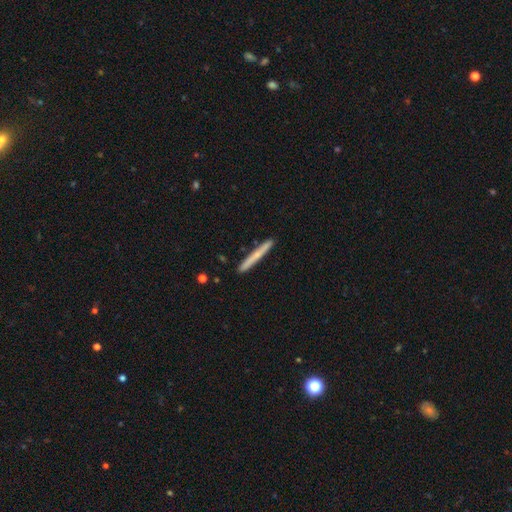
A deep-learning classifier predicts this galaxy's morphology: Smooth or featured: smooth — 60% (featured or disk — 35%)
How rounded: cigar-shaped — 97% (in between — 2%)
Merging: none — 90% (minor disturbance — 7%)